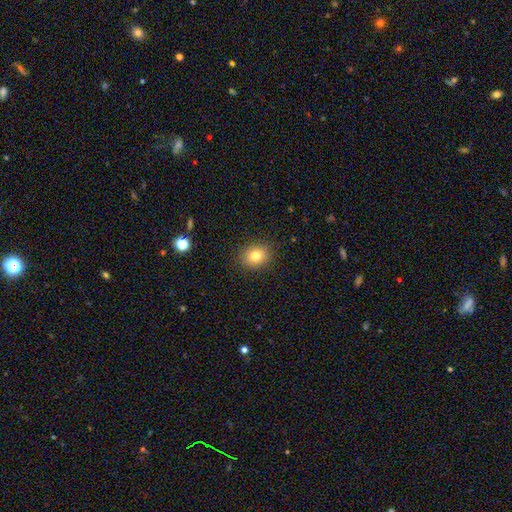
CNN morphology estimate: Smooth or featured? smooth (81%)
How rounded? round (56%)
Merging? none (89%)